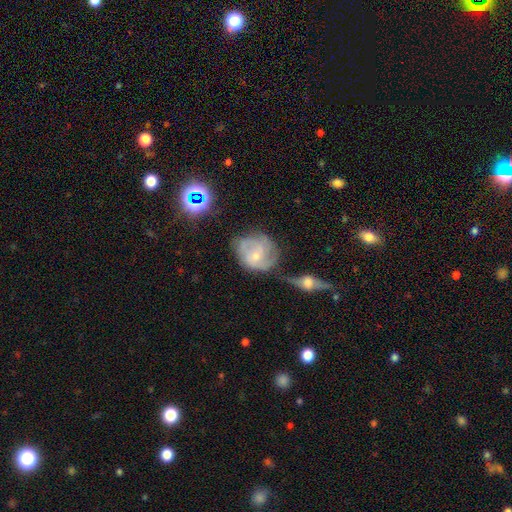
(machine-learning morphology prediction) Smooth or featured: featured or disk — 64% (smooth — 28%)
Edge-on disk: no — 97% (yes — 3%)
Bar: no — 59% (weak — 35%)
Spiral arms: yes — 78% (no — 22%)
Bulge size: small — 59% (moderate — 37%)
Merging: none — 43% (minor disturbance — 26%)